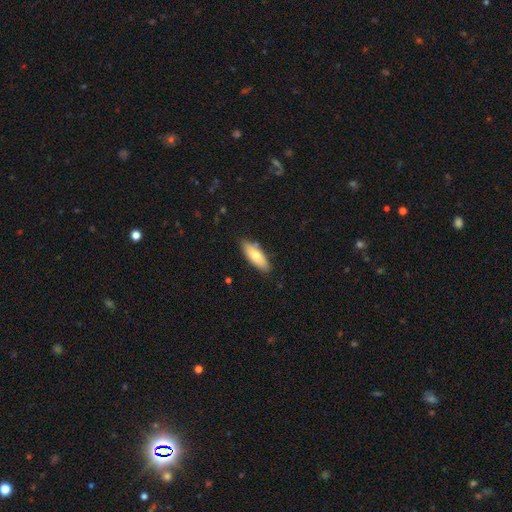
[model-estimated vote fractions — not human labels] Smooth or featured? Predicted: smooth (p=0.73). How rounded? Predicted: in between (p=0.71). Merging? Predicted: none (p=0.84).